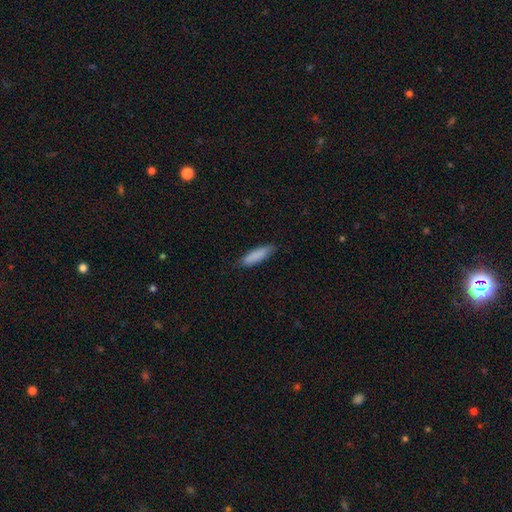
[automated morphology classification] Overall: smooth (87%). How rounded: cigar-shaped (65%; in between 34%). Merging: none (81%).